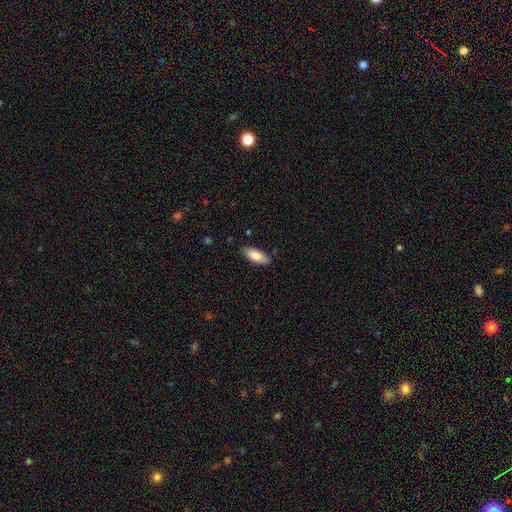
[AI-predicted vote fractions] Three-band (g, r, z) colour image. It shows a smooth galaxy with no disk features (84%) that is in between round and cigar-shaped (84%). Merging: none (84%).